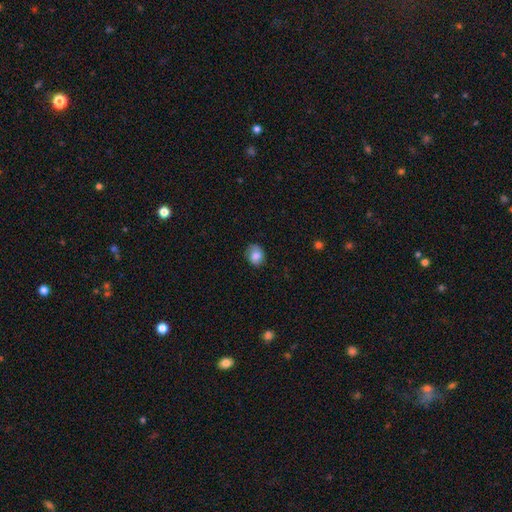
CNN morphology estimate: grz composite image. It shows a smooth galaxy with no disk features (84%) that is round (57%). Merging: none (73%).